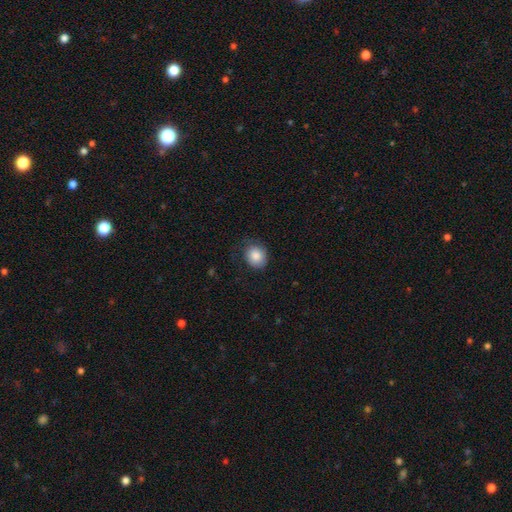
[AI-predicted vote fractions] Smooth or featured? smooth (85%)
How rounded? round (64%)
Merging? none (67%)